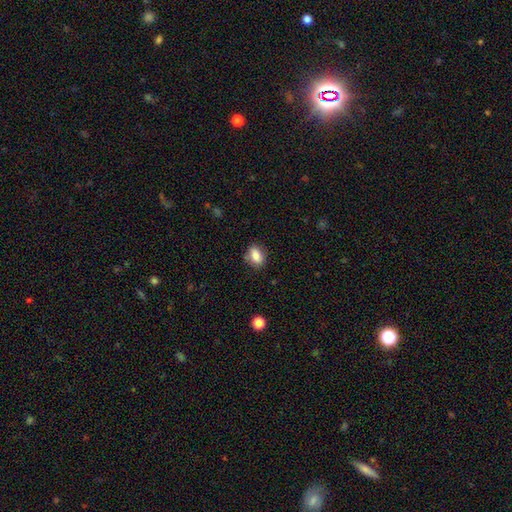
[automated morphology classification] A smooth galaxy with no disk features (84%) that is in between round and cigar-shaped (75%). Merging: none (80%).